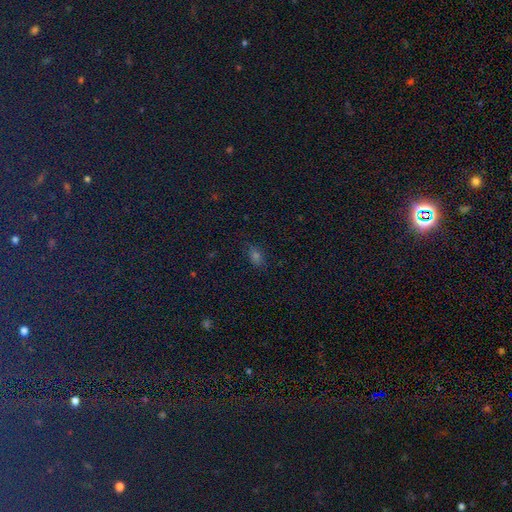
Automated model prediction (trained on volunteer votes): Smooth or featured? Predicted: smooth (p=0.57). How rounded? Predicted: in between (p=0.78). Merging? Predicted: none (p=0.81).